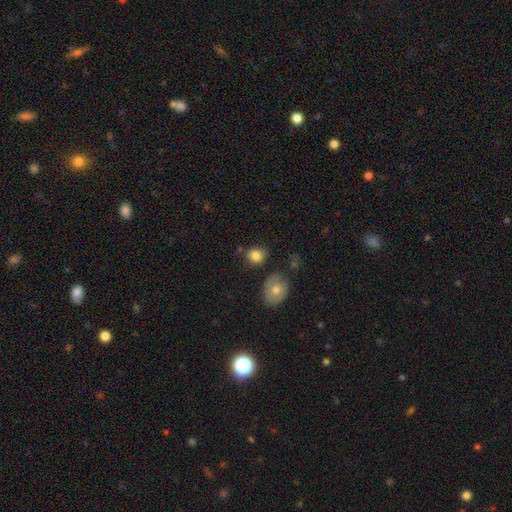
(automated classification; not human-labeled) smooth 83%, star or artifact 9%, featured or disk 8%. Down the decision tree: how rounded — round (69%); merging — none (73%).